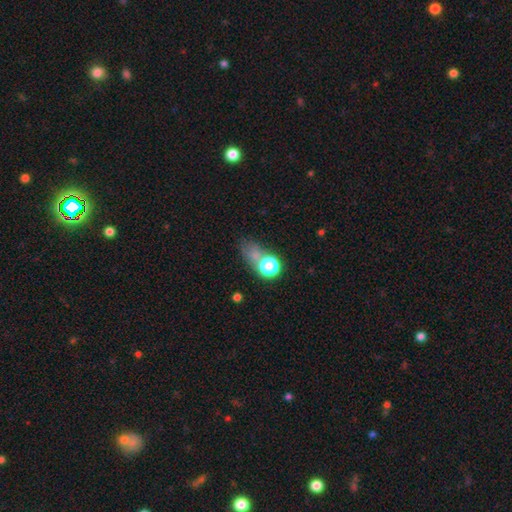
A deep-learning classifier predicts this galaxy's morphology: Overall: smooth (64%; star or artifact 25%). How rounded: round (54%; in between 43%). Merging: none (41%; merger 25%).